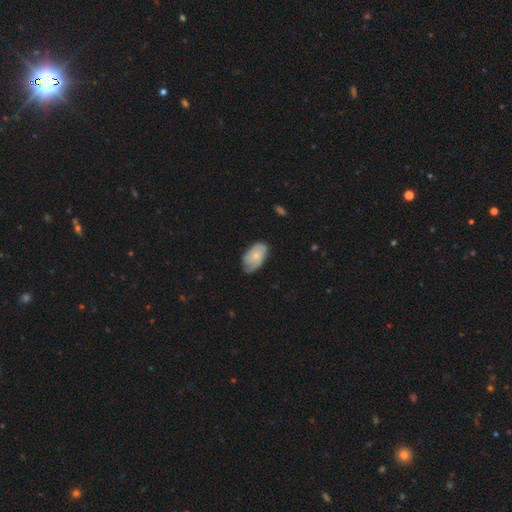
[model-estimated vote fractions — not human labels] Q: Smooth or featured?
A: smooth (54%); runner-up: featured or disk (40%)
Q: How rounded?
A: in between (92%); runner-up: round (7%)
Q: Merging?
A: none (60%); runner-up: minor disturbance (32%)